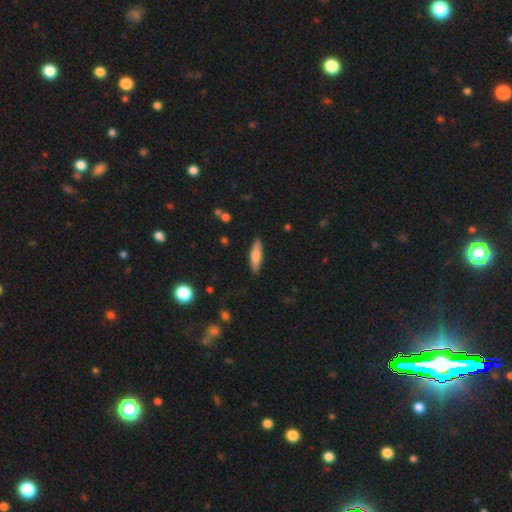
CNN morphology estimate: The model was most divided on "how rounded": cigar-shaped: 70%, in between: 29%, round: 2%. More confident: merging — none (88%); smooth or featured — smooth (71%).